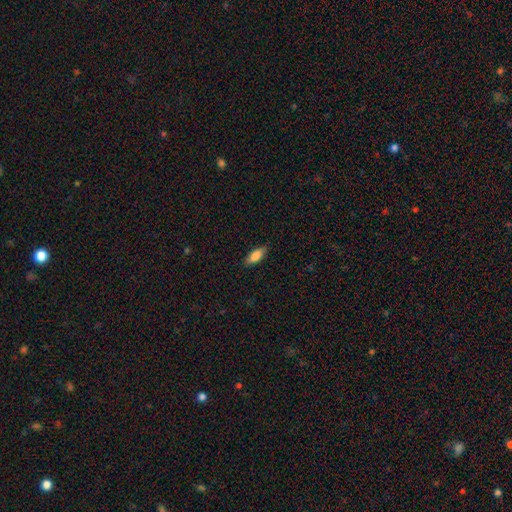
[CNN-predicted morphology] This is clearly a smooth galaxy (83%). How rounded: likely in between (76%). Merging: clearly none (86%).